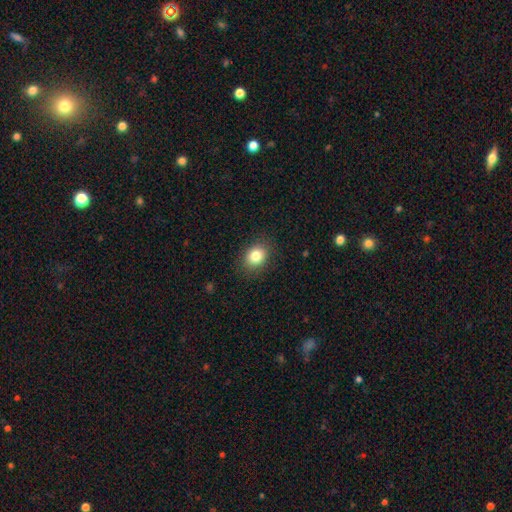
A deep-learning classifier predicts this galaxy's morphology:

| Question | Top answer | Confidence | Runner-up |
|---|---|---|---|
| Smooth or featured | smooth | 82% | star or artifact (10%) |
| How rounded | round | 50% | in between (49%) |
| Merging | none | 86% | minor disturbance (10%) |